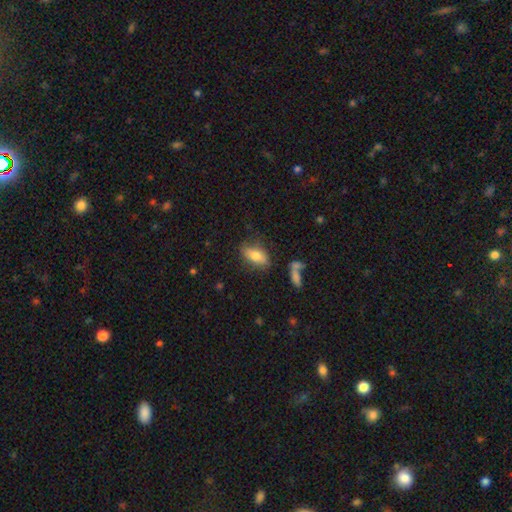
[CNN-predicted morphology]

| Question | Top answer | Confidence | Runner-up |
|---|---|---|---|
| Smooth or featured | smooth | 73% | featured or disk (20%) |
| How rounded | in between | 84% | cigar-shaped (12%) |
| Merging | none | 70% | minor disturbance (19%) |